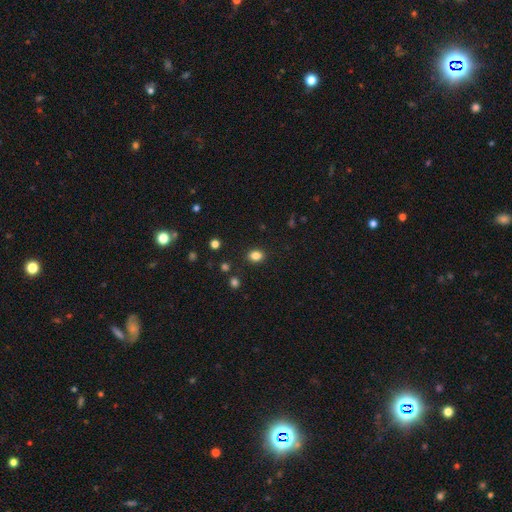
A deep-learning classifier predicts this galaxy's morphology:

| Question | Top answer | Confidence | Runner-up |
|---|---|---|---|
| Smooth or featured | smooth | 84% | star or artifact (11%) |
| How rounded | in between | 60% | round (39%) |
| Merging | none | 87% | minor disturbance (9%) |